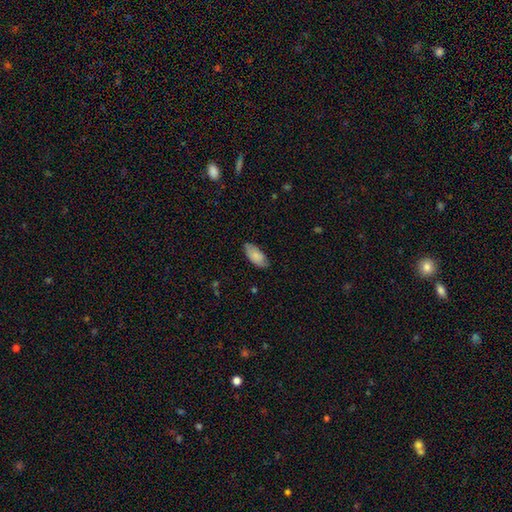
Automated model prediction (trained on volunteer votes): Smooth or featured?
  - smooth: 80% *
  - featured or disk: 14%
  - star or artifact: 6%
How rounded?
  - in between: 91% *
  - cigar-shaped: 7%
  - round: 2%
Merging?
  - none: 78% *
  - minor disturbance: 18%
  - major disturbance: 3%
  - merger: 1%